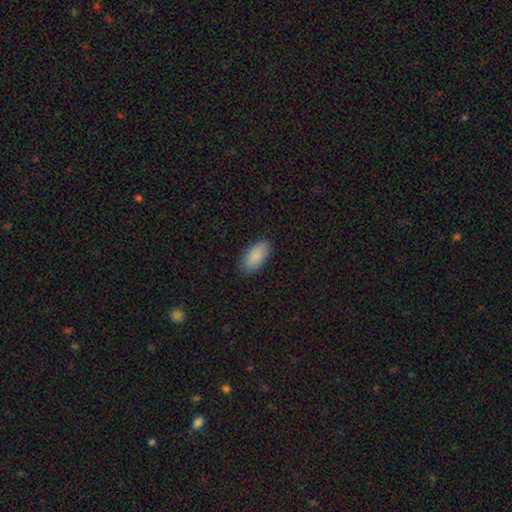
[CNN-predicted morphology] This is clearly a smooth galaxy (89%). How rounded: clearly in between (94%). Merging: clearly none (86%).